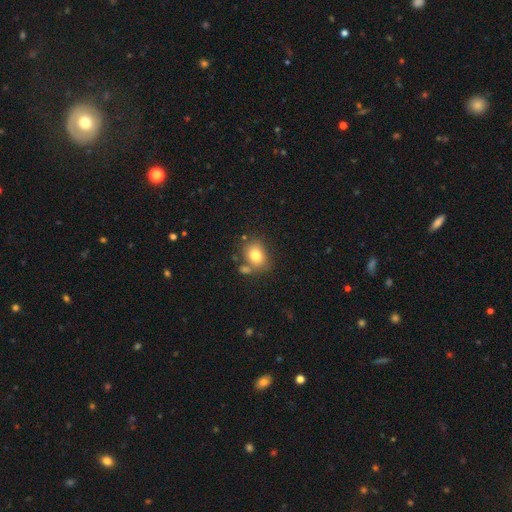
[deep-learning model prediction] Morphology: type=smooth (77%); roundness=in between (56%); merging=none (64%).